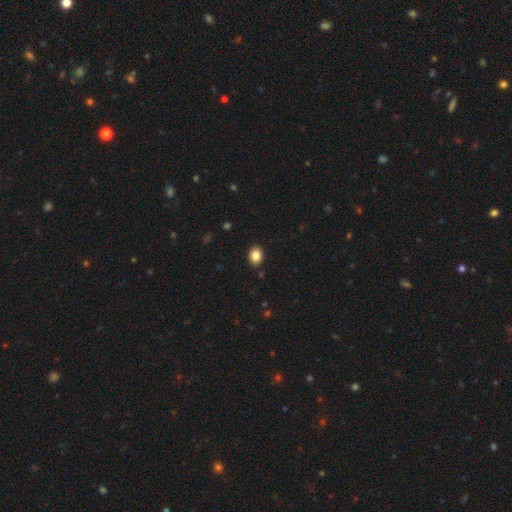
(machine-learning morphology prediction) Overall: smooth (86%). How rounded: in between (58%; round 41%). Merging: none (90%).